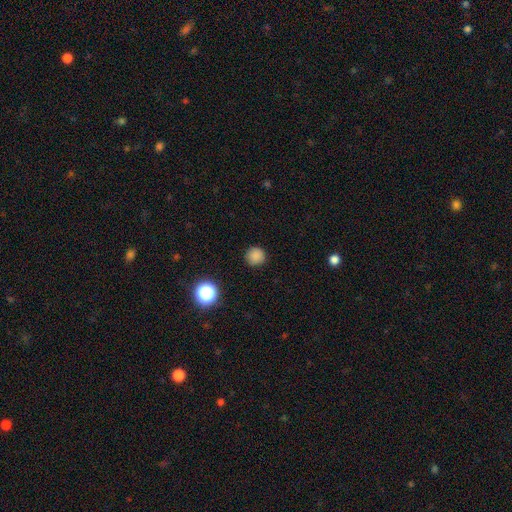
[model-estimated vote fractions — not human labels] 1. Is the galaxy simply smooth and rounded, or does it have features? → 84% smooth, 13% star or artifact, 3% featured or disk.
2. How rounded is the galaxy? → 94% round, 5% in between, 1% cigar-shaped.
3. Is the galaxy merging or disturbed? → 90% none, 7% minor disturbance, 2% major disturbance, 1% merger.